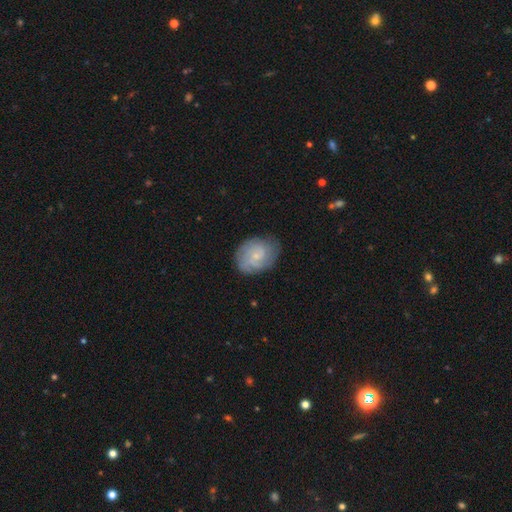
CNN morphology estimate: The model was most divided on "spiral arm count": can't tell: 42%, 2: 22%, 3: 17%, 4: 9%, 1: 5%, more than 4: 5%. More confident: edge-on disk — no (97%); spiral arms — yes (89%); merging — none (74%); bulge size — small (73%); bar — no (68%); smooth or featured — featured or disk (60%); spiral winding — tight (56%).